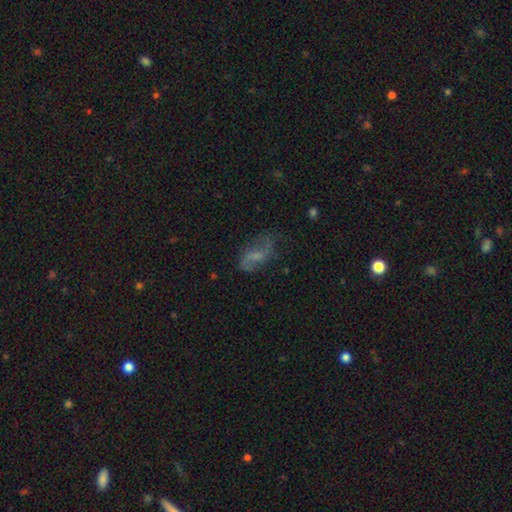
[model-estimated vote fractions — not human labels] Q: Smooth or featured?
A: featured or disk (61%); runner-up: smooth (29%)
Q: Edge-on disk?
A: no (94%); runner-up: yes (6%)
Q: Bar?
A: weak (46%); runner-up: no (40%)
Q: Spiral arms?
A: yes (84%); runner-up: no (16%)
Q: Bulge size?
A: small (38%); runner-up: none (29%)
Q: Merging?
A: none (60%); runner-up: minor disturbance (23%)